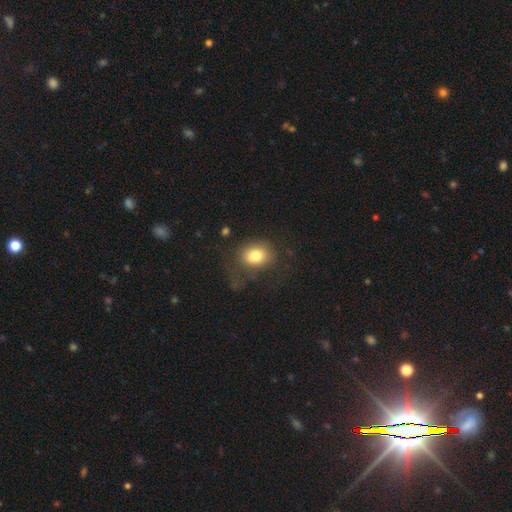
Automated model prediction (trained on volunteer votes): The model was most divided on "how rounded": in between: 50%, round: 49%, cigar-shaped: 1%. More confident: smooth or featured — smooth (77%); merging — none (57%).